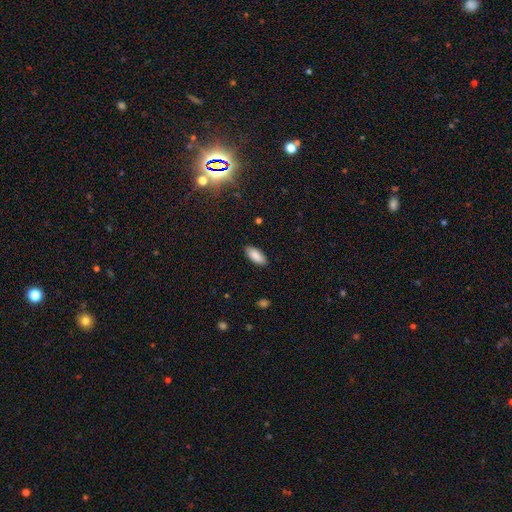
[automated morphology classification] Smooth or featured? Predicted: smooth (p=0.89). How rounded? Predicted: in between (p=0.88). Merging? Predicted: none (p=0.88).